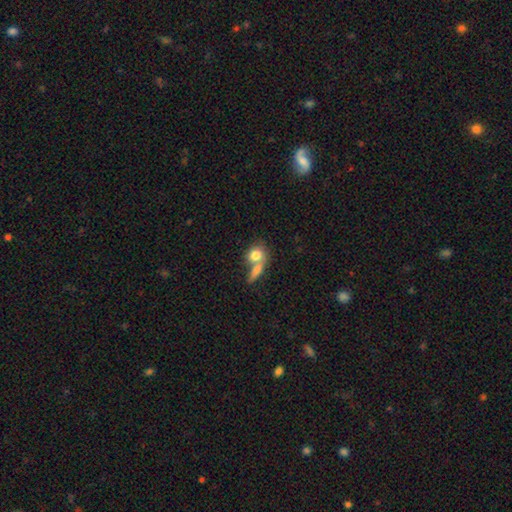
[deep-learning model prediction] Smooth or featured: smooth — 78% (featured or disk — 14%)
How rounded: round — 52% (in between — 43%)
Merging: merger — 54% (none — 31%)